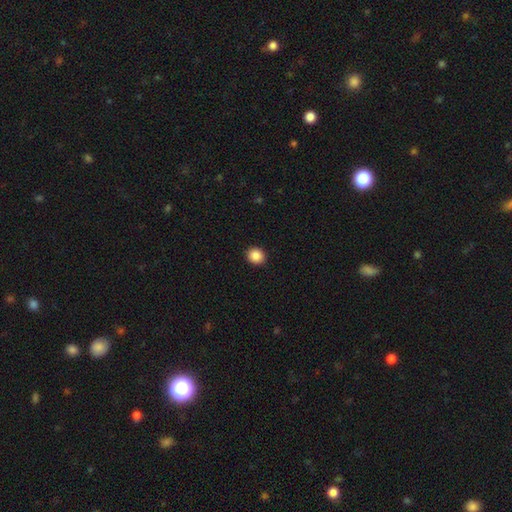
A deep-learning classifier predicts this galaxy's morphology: Overall: smooth (88%). How rounded: round (78%). Merging: none (92%).